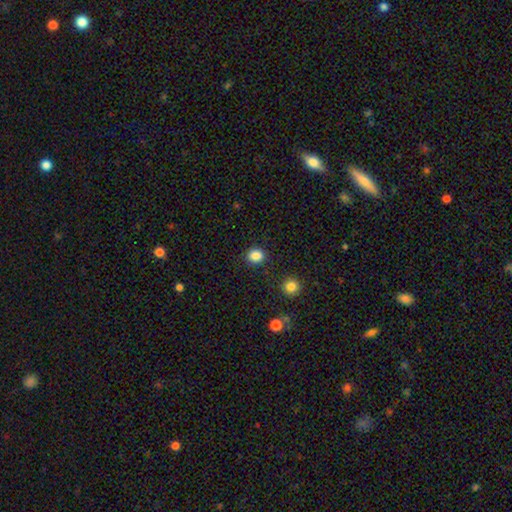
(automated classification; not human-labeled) Q: Smooth or featured?
A: smooth (86%); runner-up: star or artifact (11%)
Q: How rounded?
A: round (78%); runner-up: in between (21%)
Q: Merging?
A: none (88%); runner-up: minor disturbance (7%)